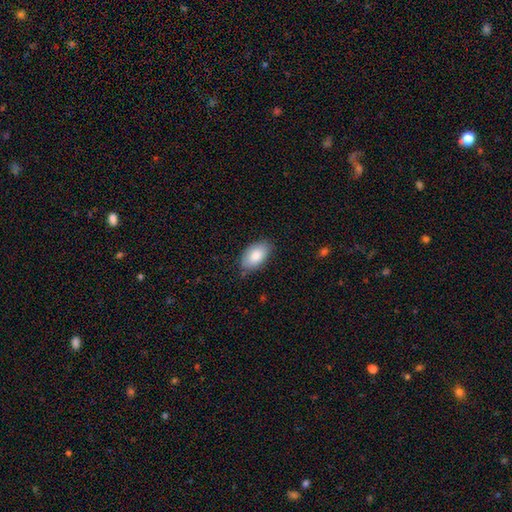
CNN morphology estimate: Smooth or featured? smooth (83%)
How rounded? in between (94%)
Merging? none (80%)